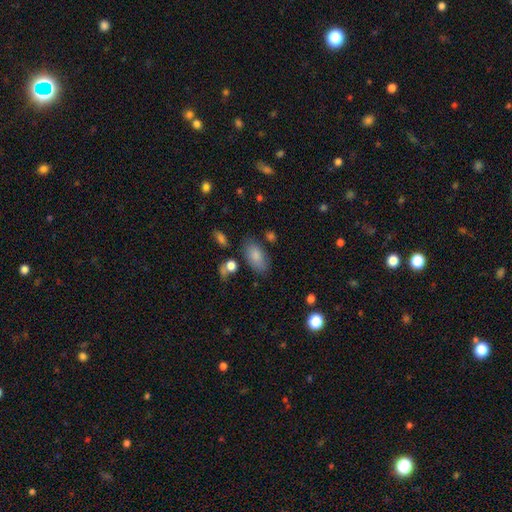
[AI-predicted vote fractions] Smooth or featured?
  - smooth: 82% *
  - featured or disk: 9%
  - star or artifact: 8%
How rounded?
  - in between: 92% *
  - round: 5%
  - cigar-shaped: 3%
Merging?
  - none: 72% *
  - minor disturbance: 16%
  - merger: 6%
  - major disturbance: 6%